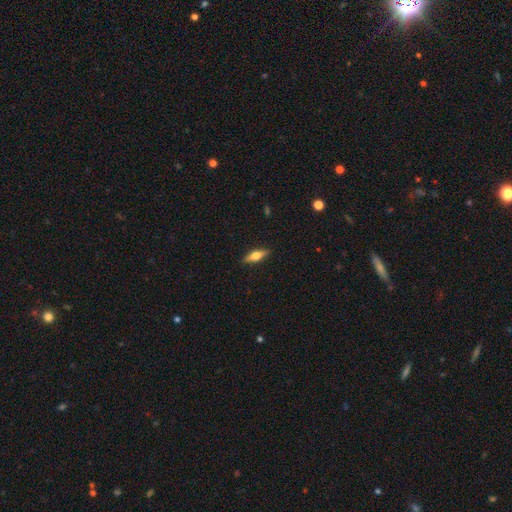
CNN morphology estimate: Overall: smooth (55%; featured or disk 39%). How rounded: in between (51%; cigar-shaped 46%). Merging: none (89%).